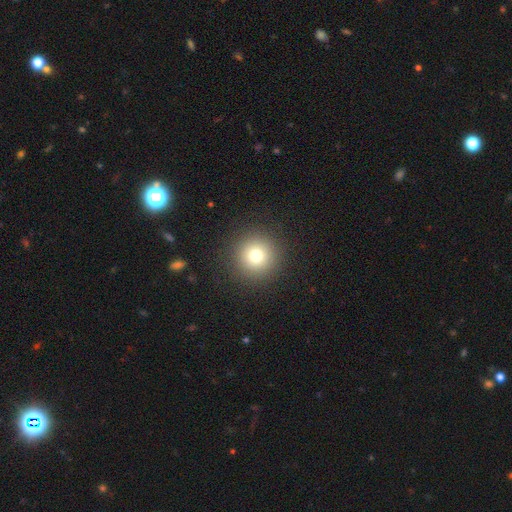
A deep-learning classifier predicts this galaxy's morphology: The model was most divided on "smooth or featured": smooth: 76%, star or artifact: 14%, featured or disk: 10%. More confident: how rounded — round (96%); merging — none (92%).